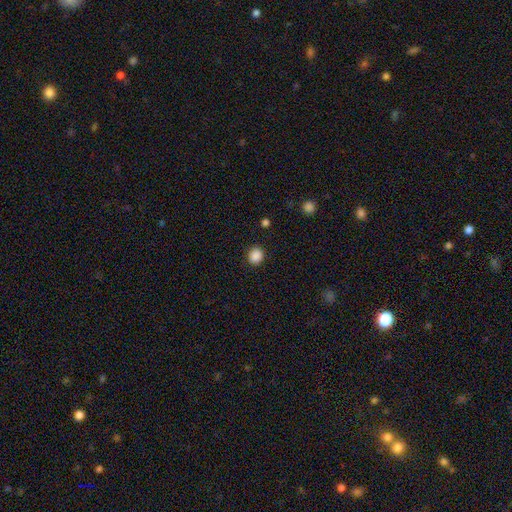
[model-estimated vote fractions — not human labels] Morphology: type=smooth (88%); roundness=round (80%); merging=none (90%).